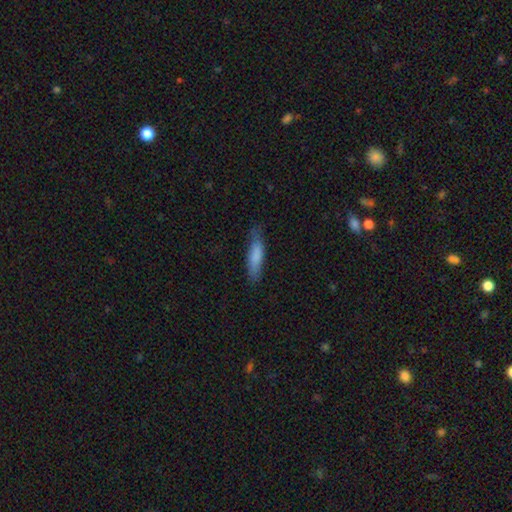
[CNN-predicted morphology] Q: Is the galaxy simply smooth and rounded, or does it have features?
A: smooth — 78%.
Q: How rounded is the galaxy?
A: cigar-shaped — 71%.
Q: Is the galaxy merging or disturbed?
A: none — 71%.